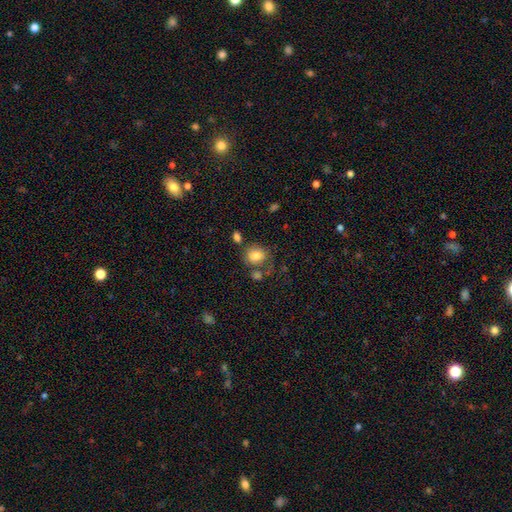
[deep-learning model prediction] smooth_or_featured: smooth (p=0.80) [alt: featured or disk p=0.10]
how_rounded: round (p=0.73) [alt: in between p=0.26]
merging: none (p=0.65) [alt: minor disturbance p=0.15]